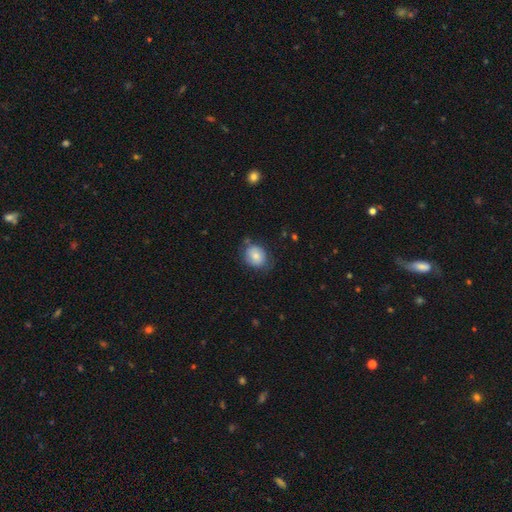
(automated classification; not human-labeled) The model was most divided on "how rounded": round: 59%, in between: 41%, cigar-shaped: 1%. More confident: smooth or featured — smooth (78%); merging — none (70%).